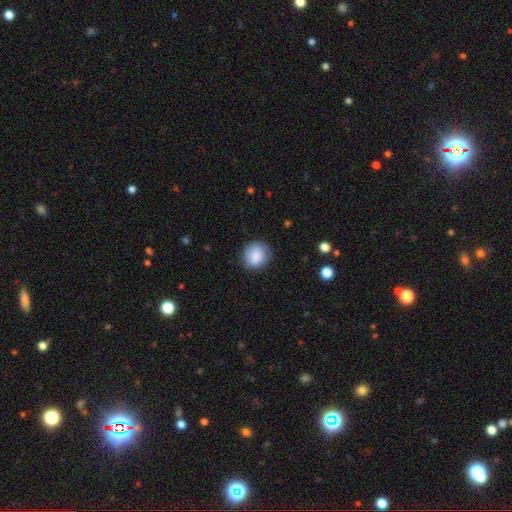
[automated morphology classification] A smooth galaxy with no disk features (87%) that is round (77%).

Vote fractions:
- Smooth or featured? smooth: 87% / star or artifact: 7% / featured or disk: 5%
- How rounded? round: 77% / in between: 22% / cigar-shaped: 1%
- Merging? none: 82% / minor disturbance: 14% / major disturbance: 3% / merger: 1%